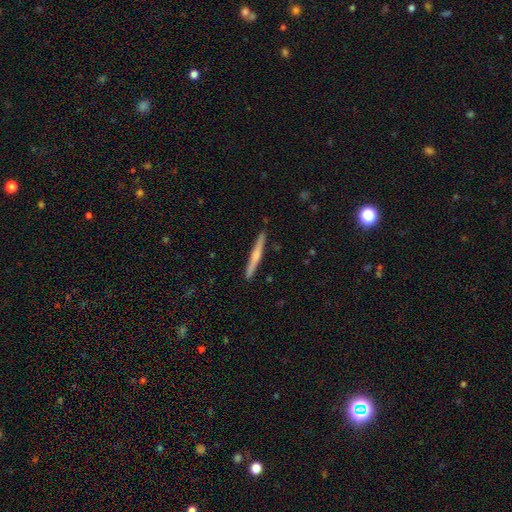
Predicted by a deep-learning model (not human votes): Morphology: type=featured or disk (52%); edge-on=yes (98%); edge-on bulge=rounded (62%); merging=none (92%).